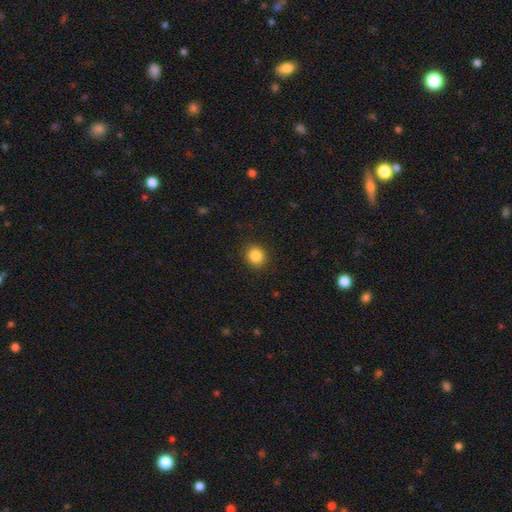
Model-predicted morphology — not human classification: Smooth or featured: smooth — 86% (star or artifact — 10%)
How rounded: round — 85% (in between — 14%)
Merging: none — 89% (minor disturbance — 7%)